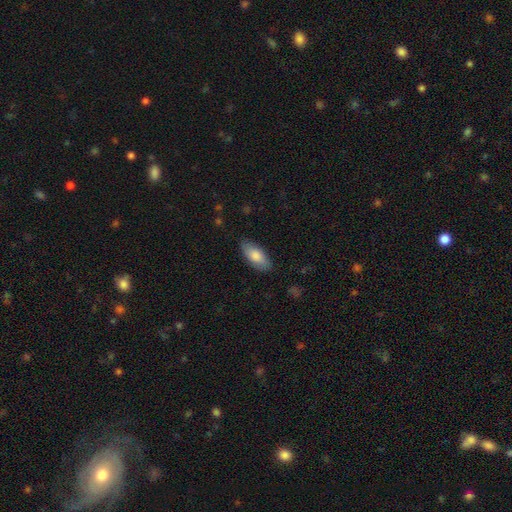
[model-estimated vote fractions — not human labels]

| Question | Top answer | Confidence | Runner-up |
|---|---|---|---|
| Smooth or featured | smooth | 82% | featured or disk (13%) |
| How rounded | in between | 87% | cigar-shaped (11%) |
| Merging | none | 84% | minor disturbance (13%) |